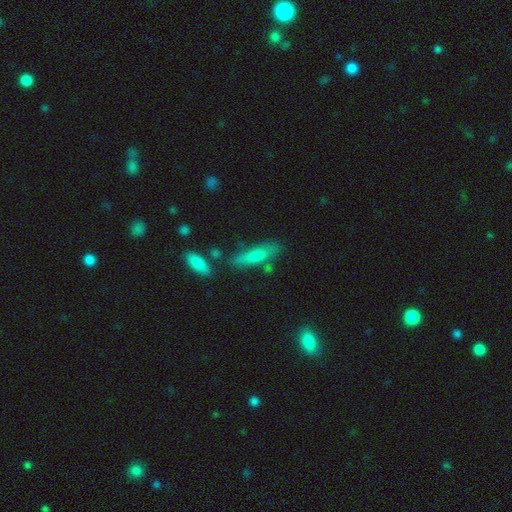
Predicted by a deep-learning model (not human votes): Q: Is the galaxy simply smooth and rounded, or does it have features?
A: smooth — 59%.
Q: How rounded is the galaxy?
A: cigar-shaped — 69%.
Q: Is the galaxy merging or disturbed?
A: none — 74%.